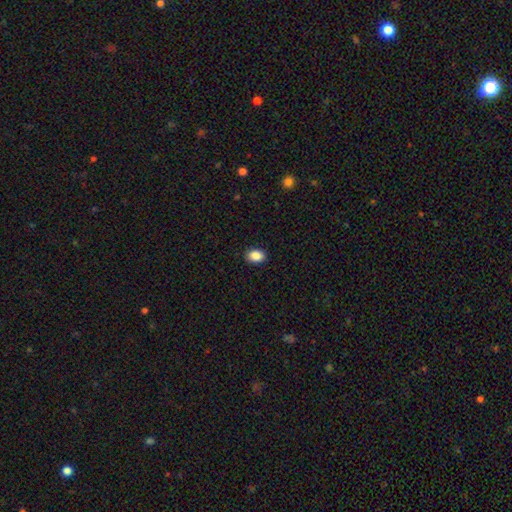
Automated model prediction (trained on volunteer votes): Smooth or featured?
  - smooth: 88% *
  - star or artifact: 9%
  - featured or disk: 3%
How rounded?
  - in between: 77% *
  - round: 22%
  - cigar-shaped: 1%
Merging?
  - none: 90% *
  - minor disturbance: 7%
  - major disturbance: 2%
  - merger: 1%